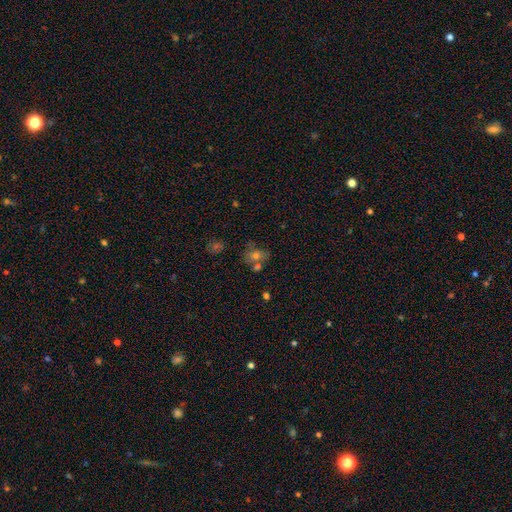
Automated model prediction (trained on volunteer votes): Smooth or featured?
  - smooth: 61% *
  - featured or disk: 20%
  - star or artifact: 18%
How rounded?
  - in between: 49% * (tied)
  - round: 49% * (tied)
  - cigar-shaped: 2%
Merging?
  - none: 51% *
  - merger: 26%
  - minor disturbance: 16%
  - major disturbance: 7%